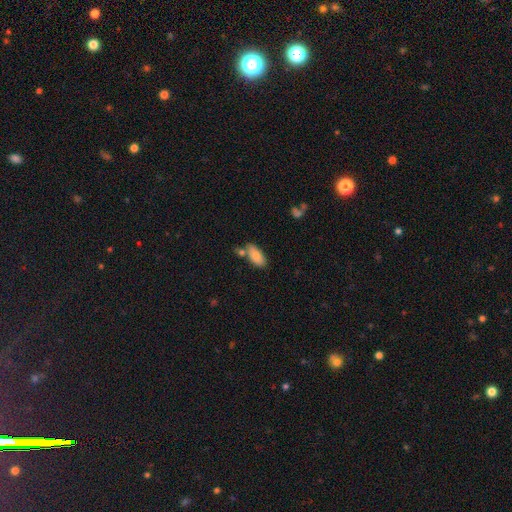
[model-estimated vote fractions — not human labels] smooth_or_featured: smooth (p=0.83) [alt: featured or disk p=0.10]
how_rounded: in between (p=0.89) [alt: cigar-shaped p=0.09]
merging: none (p=0.63) [alt: merger p=0.17]